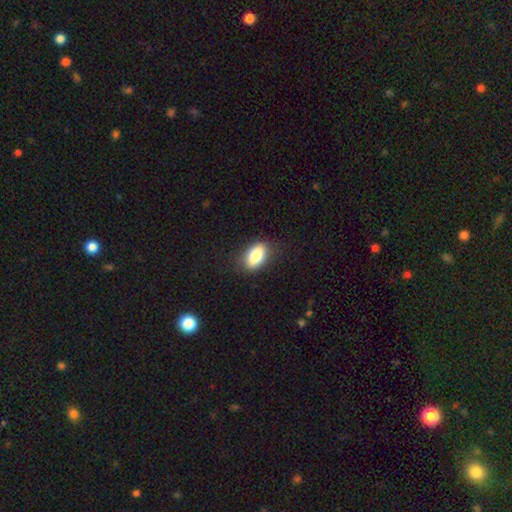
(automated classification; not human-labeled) This appears to be a smooth galaxy with no disk features (82%) that is in between round and cigar-shaped (89%). Merging: none (84%).